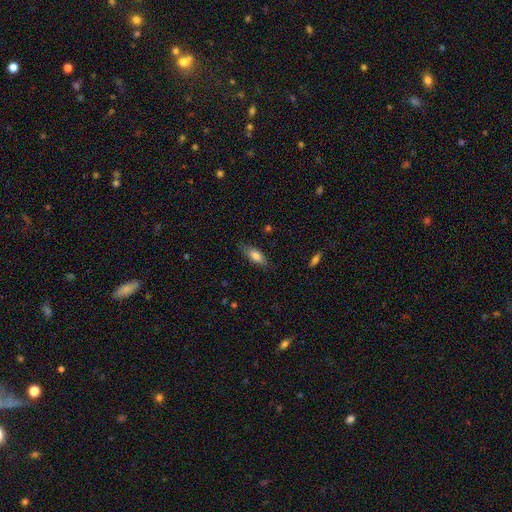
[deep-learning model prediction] smooth-or-featured: smooth: 76% | featured or disk: 16% | star or artifact: 7%
  how-rounded: in between: 72% | cigar-shaped: 25% | round: 3%
  merging: none: 75% | minor disturbance: 19% | major disturbance: 4% | merger: 1%